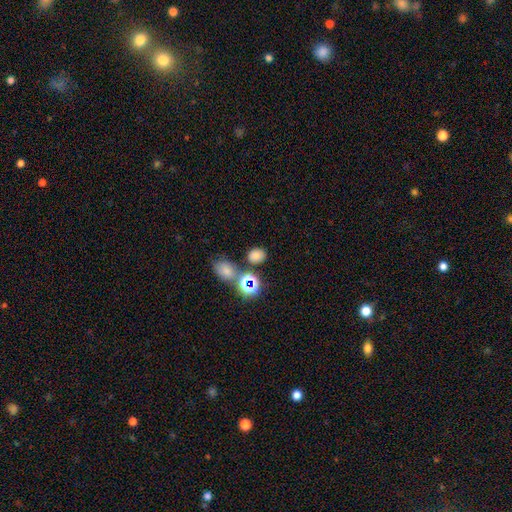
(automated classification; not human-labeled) Smooth or featured? Predicted: smooth (p=0.75). How rounded? Predicted: in between (p=0.53). Merging? Predicted: none (p=0.75).